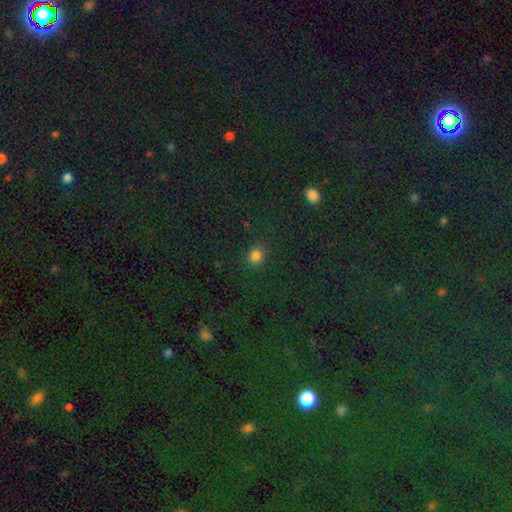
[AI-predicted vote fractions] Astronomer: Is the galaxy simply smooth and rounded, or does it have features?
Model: smooth — 81%.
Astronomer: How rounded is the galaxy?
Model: round — 81%.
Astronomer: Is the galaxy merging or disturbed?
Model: none — 87%.